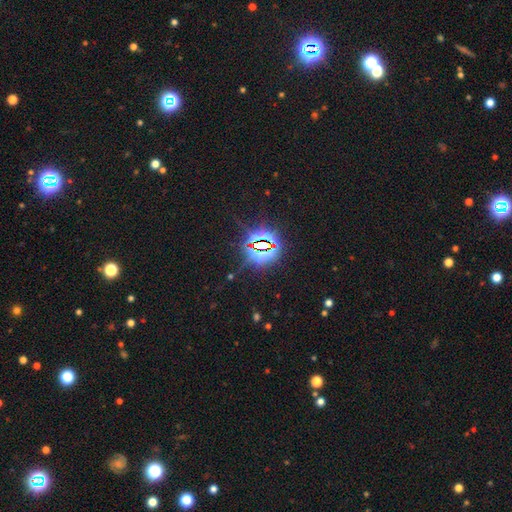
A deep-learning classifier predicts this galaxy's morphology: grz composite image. It shows a star or artifact, not a galaxy (85%).